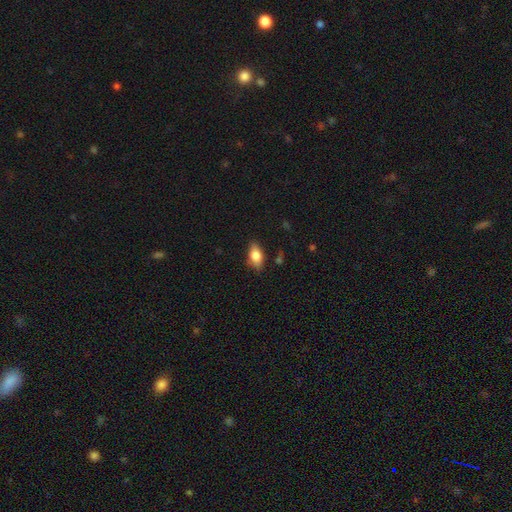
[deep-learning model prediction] The model was most divided on "merging": none: 78%, minor disturbance: 17%, major disturbance: 3%, merger: 2%. More confident: how rounded — in between (87%); smooth or featured — smooth (80%).